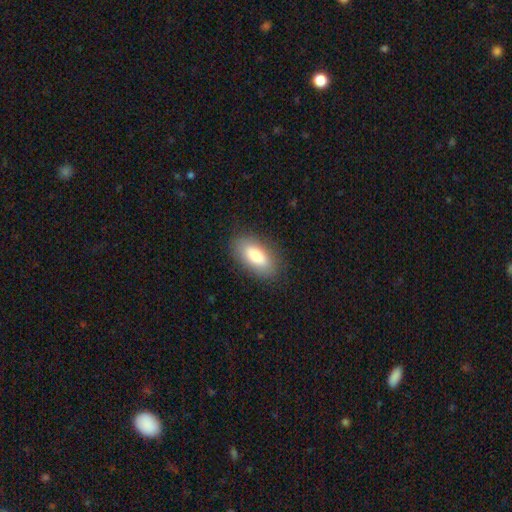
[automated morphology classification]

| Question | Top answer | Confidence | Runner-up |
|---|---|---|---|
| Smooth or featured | smooth | 81% | featured or disk (12%) |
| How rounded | in between | 88% | cigar-shaped (9%) |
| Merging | none | 86% | minor disturbance (10%) |